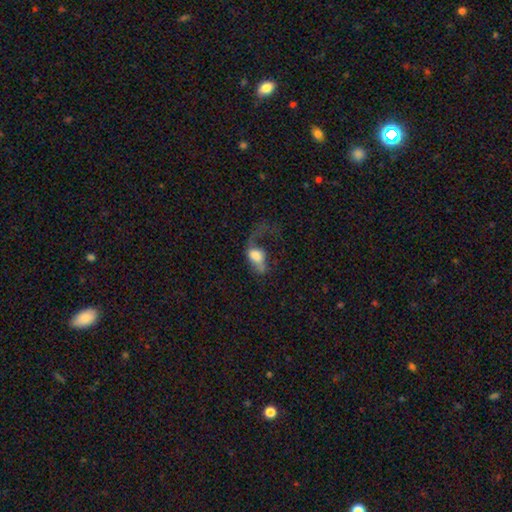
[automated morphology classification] smooth 53%, featured or disk 38%, star or artifact 9%. Down the decision tree: how rounded — in between (76%); merging — major disturbance (63%).